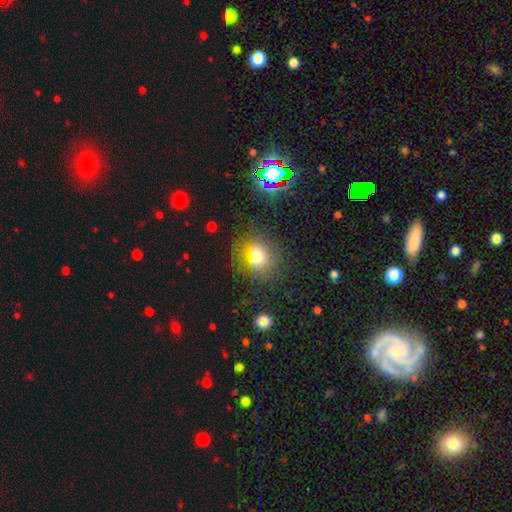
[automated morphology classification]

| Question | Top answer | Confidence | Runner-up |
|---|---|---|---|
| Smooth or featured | smooth | 65% | star or artifact (24%) |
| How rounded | round | 70% | in between (28%) |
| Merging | none | 79% | minor disturbance (12%) |